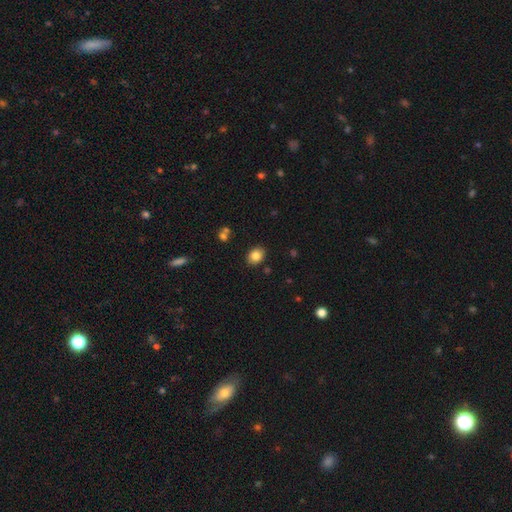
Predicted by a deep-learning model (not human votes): This is clearly a smooth galaxy (84%). How rounded: possibly in between (58%). Merging: clearly none (86%).